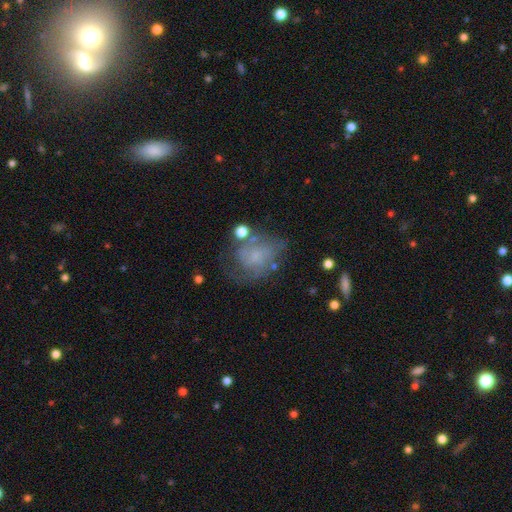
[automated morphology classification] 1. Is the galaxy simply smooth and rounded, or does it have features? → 54% featured or disk, 35% smooth, 11% star or artifact.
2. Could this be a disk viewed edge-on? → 97% no, 3% yes.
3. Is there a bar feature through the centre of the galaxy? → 78% no, 19% weak, 3% strong.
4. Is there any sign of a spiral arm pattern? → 73% yes, 27% no.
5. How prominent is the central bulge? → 59% small, 27% none, 12% moderate, 2% large, 1% dominant.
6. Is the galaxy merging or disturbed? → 47% none, 25% minor disturbance, 22% major disturbance, 6% merger.